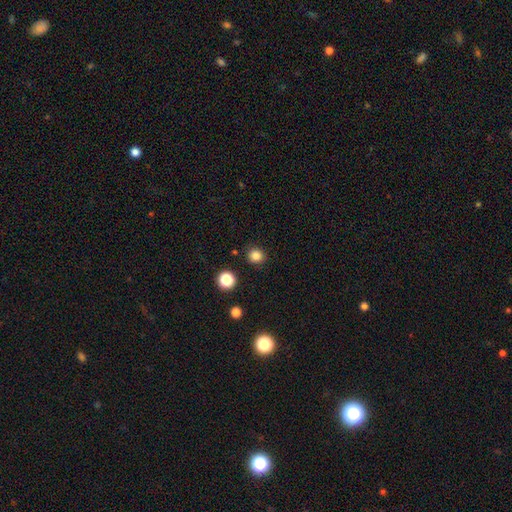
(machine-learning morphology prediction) Q: Smooth or featured?
A: smooth (84%); runner-up: star or artifact (13%)
Q: How rounded?
A: round (87%); runner-up: in between (12%)
Q: Merging?
A: none (89%); runner-up: minor disturbance (7%)